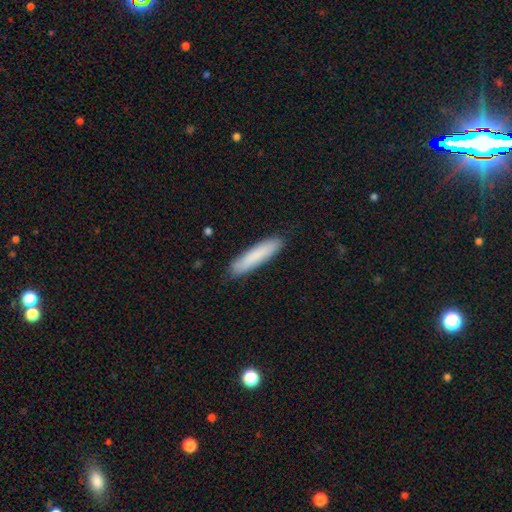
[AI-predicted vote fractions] smooth-or-featured: smooth: 82% | featured or disk: 12% | star or artifact: 6%
  how-rounded: cigar-shaped: 84% | in between: 15% | round: 1%
  merging: none: 88% | minor disturbance: 9% | major disturbance: 2% | merger: 1%